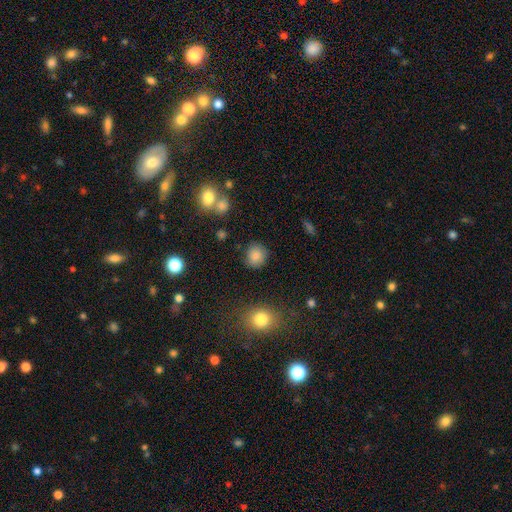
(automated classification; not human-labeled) Smooth or featured? smooth (85%)
How rounded? round (85%)
Merging? none (83%)